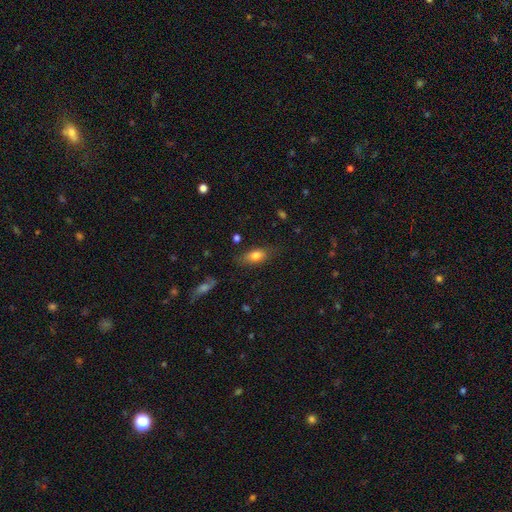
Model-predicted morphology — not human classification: A smooth galaxy with no disk features (77%) that is in between round and cigar-shaped (81%).

Vote fractions:
- Smooth or featured? smooth: 77% / featured or disk: 14% / star or artifact: 8%
- How rounded? in between: 81% / cigar-shaped: 12% / round: 7%
- Merging? none: 76% / minor disturbance: 17% / major disturbance: 5% / merger: 2%